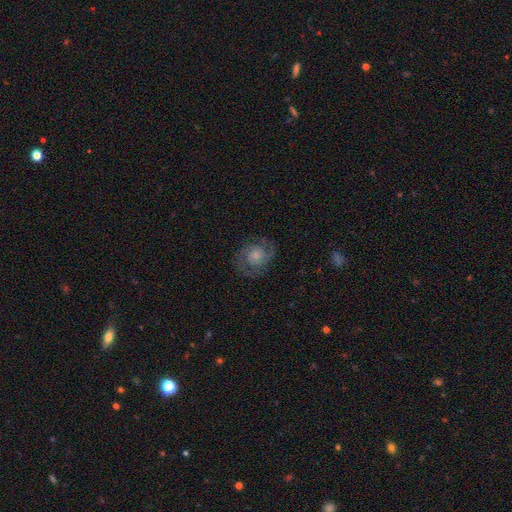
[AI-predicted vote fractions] Overall: featured or disk (70%). Edge-on disk: no (98%). Bar: no (74%). Spiral arms: yes (91%). Spiral arm count: 2 (78%). Spiral winding: medium (46%; tight 40%). Bulge size: small (41%; moderate 39%). Merging: none (75%).